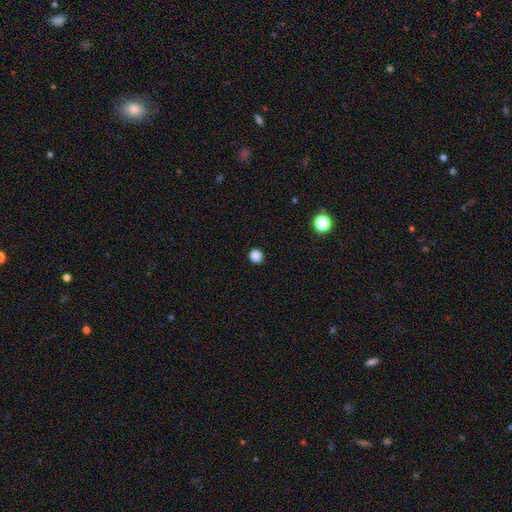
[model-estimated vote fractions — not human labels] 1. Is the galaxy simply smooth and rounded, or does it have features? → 86% smooth, 11% star or artifact, 2% featured or disk.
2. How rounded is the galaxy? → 86% round, 13% in between, 1% cigar-shaped.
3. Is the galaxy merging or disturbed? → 92% none, 5% minor disturbance, 2% major disturbance, 1% merger.